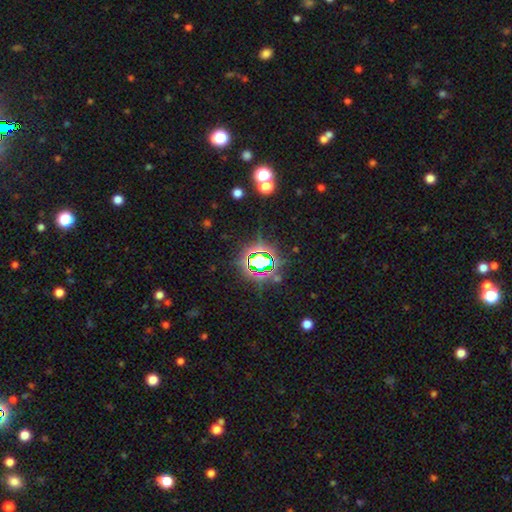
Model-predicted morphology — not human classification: type=star or artifact (73%).